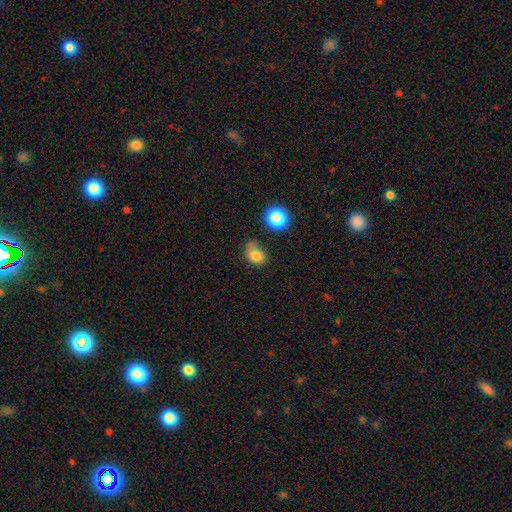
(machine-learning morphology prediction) smooth-or-featured: smooth: 80% | star or artifact: 12% | featured or disk: 8%
  how-rounded: in between: 61% | round: 38% | cigar-shaped: 1%
  merging: none: 48% | minor disturbance: 31% | major disturbance: 11% | merger: 10%